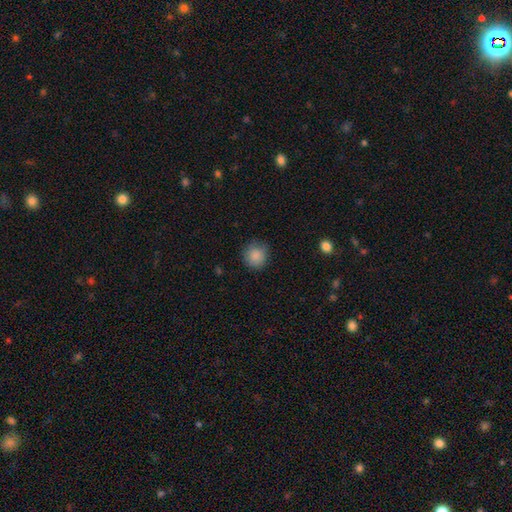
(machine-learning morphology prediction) smooth 87%, star or artifact 9%, featured or disk 4%. Down the decision tree: how rounded — round (90%); merging — none (83%).